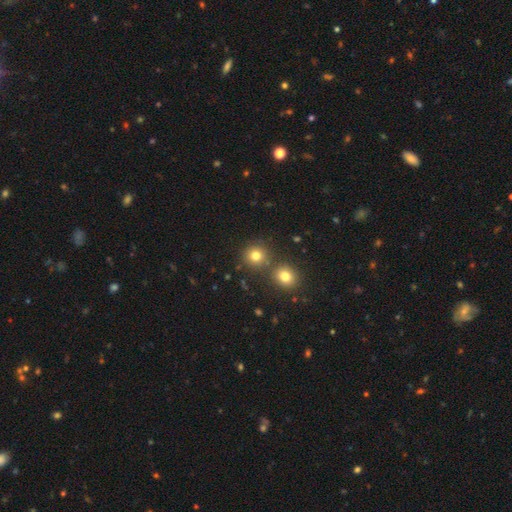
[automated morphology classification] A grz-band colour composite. It shows a smooth galaxy with no disk features (78%) that is round (90%). Merging: none (74%).